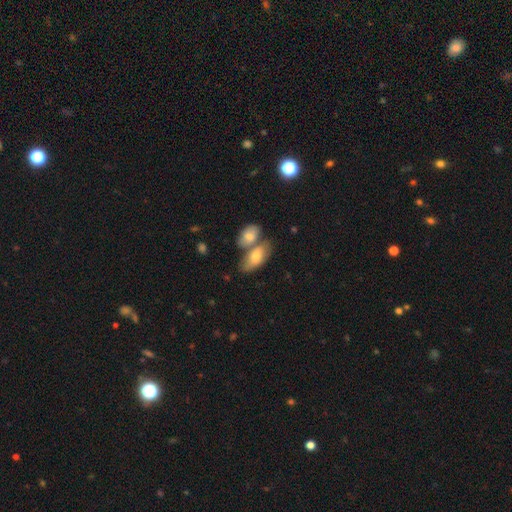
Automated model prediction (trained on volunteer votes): Q: Smooth or featured?
A: smooth (71%); runner-up: featured or disk (22%)
Q: How rounded?
A: in between (88%); runner-up: cigar-shaped (8%)
Q: Merging?
A: merger (44%); runner-up: none (41%)